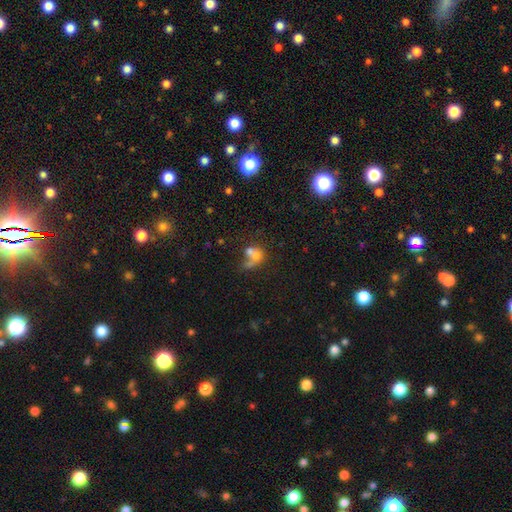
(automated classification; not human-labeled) Smooth or featured? Predicted: smooth (p=0.59). How rounded? Predicted: in between (p=0.49, tied with round). Merging? Predicted: merger (p=0.59).